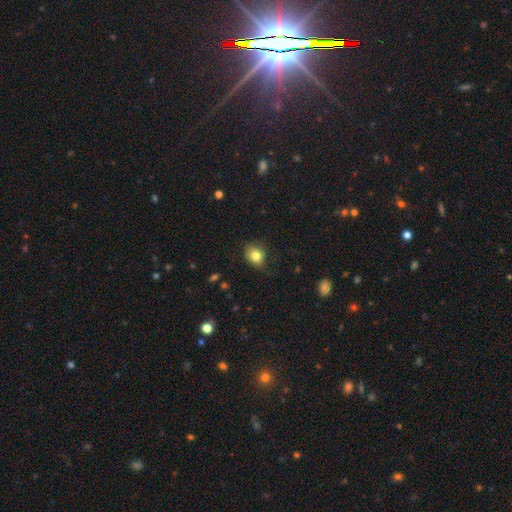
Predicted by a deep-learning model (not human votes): smooth 82%, star or artifact 10%, featured or disk 8%. Down the decision tree: how rounded — round (62%); merging — none (66%).